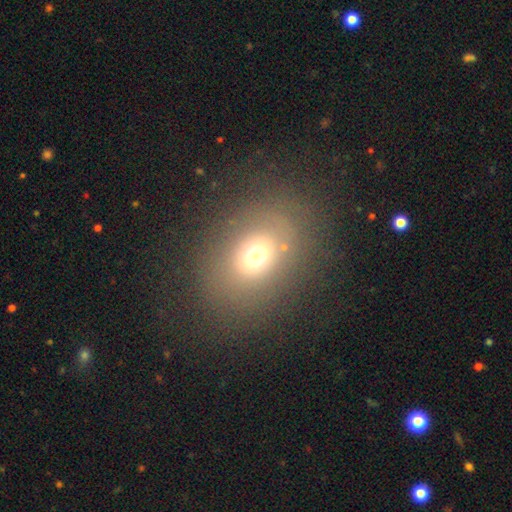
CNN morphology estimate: type=smooth (65%); roundness=in between (60%); merging=none (78%).